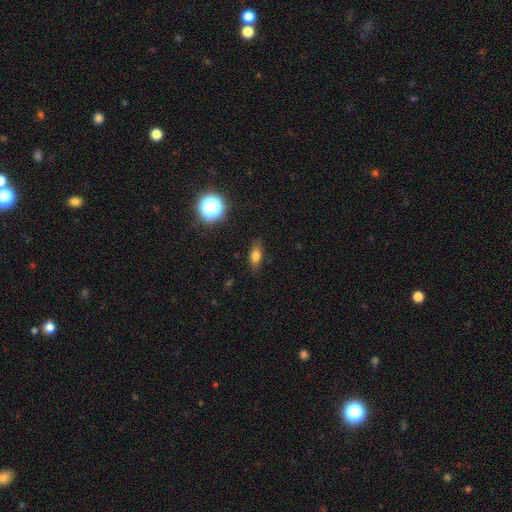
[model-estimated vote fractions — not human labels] A smooth galaxy with no disk features (72%) that is in between round and cigar-shaped (74%).

Vote fractions:
- Smooth or featured? smooth: 72% / featured or disk: 14% / star or artifact: 13%
- How rounded? in between: 74% / cigar-shaped: 16% / round: 10%
- Merging? none: 83% / minor disturbance: 13% / major disturbance: 3% / merger: 1%